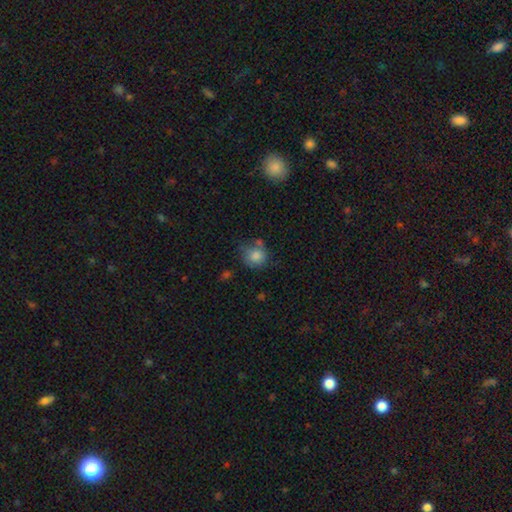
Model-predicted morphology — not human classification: Overall: smooth (79%). How rounded: round (81%). Merging: none (57%; minor disturbance 25%).